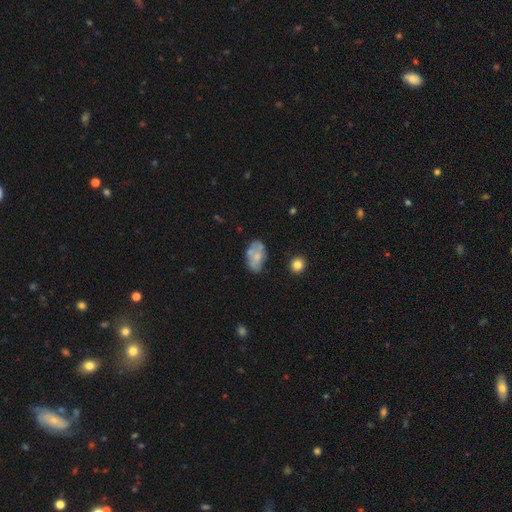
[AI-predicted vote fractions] Smooth or featured? Predicted: smooth (p=0.51). How rounded? Predicted: in between (p=0.91). Merging? Predicted: none (p=0.50).